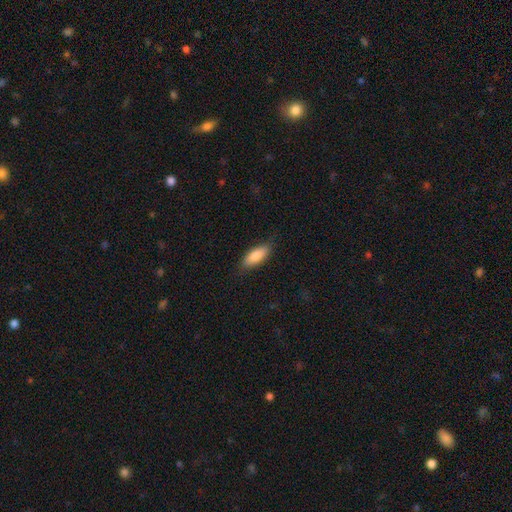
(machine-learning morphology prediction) This appears to be a smooth galaxy with no disk features (85%) that is in between round and cigar-shaped (74%). Merging: none (83%).